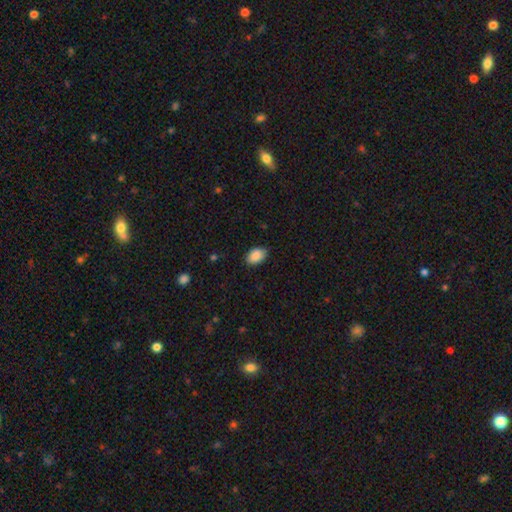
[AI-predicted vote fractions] Smooth or featured: smooth — 89% (star or artifact — 7%)
How rounded: in between — 87% (round — 11%)
Merging: none — 85% (minor disturbance — 12%)